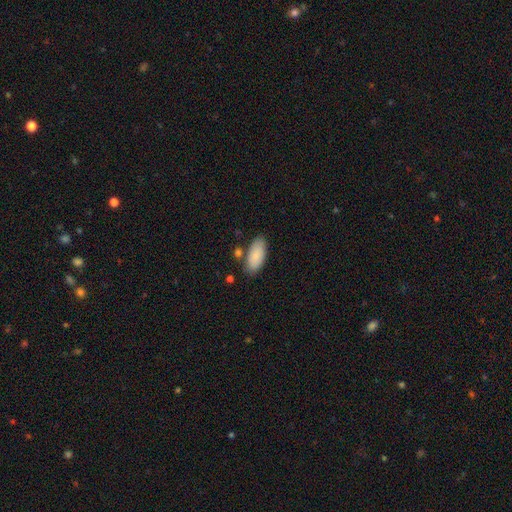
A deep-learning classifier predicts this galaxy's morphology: This is clearly a smooth galaxy (86%). How rounded: clearly in between (91%). Merging: likely none (74%).